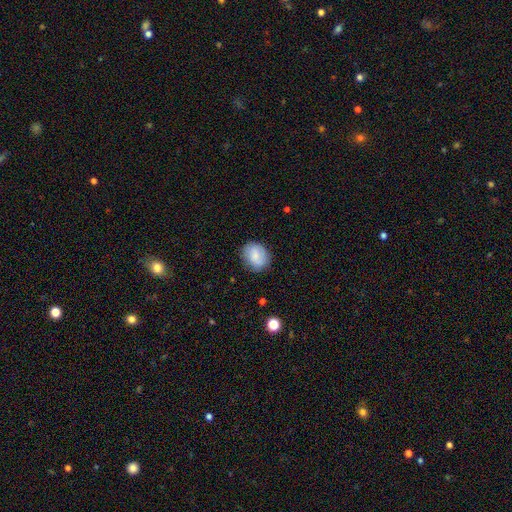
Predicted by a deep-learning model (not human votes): A smooth galaxy with no disk features (78%) that is round (58%). Merging: none (78%).